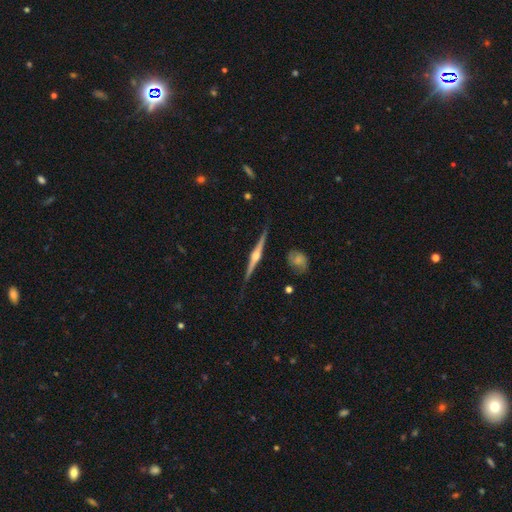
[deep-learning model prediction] smooth-or-featured: featured or disk: 85% | smooth: 10% | star or artifact: 5%
  disk-edge-on: yes: 98% | no: 2%
    edge-on-bulge: rounded: 92% | boxy: 5% | none: 3%
  merging: none: 87% | minor disturbance: 10% | major disturbance: 2% | merger: 2%